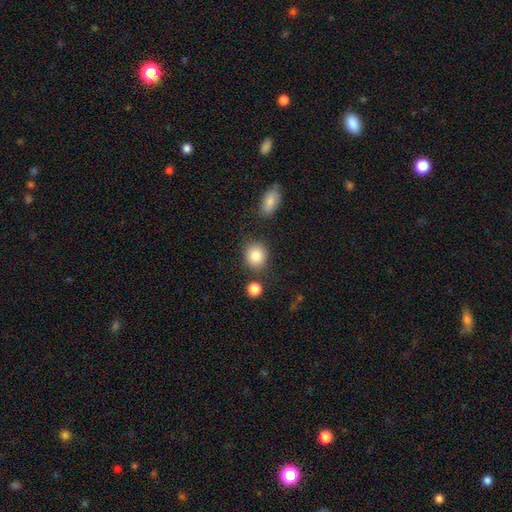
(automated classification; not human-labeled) Smooth or featured? smooth (86%)
How rounded? round (74%)
Merging? none (78%)